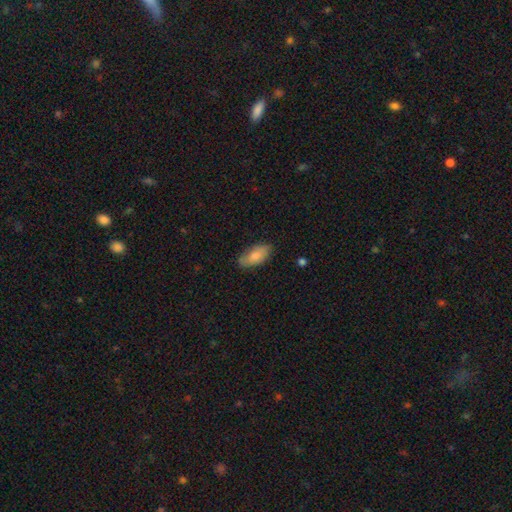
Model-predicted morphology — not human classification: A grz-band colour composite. It shows a smooth galaxy with no disk features (79%) that is in between round and cigar-shaped (88%). Merging: none (79%).